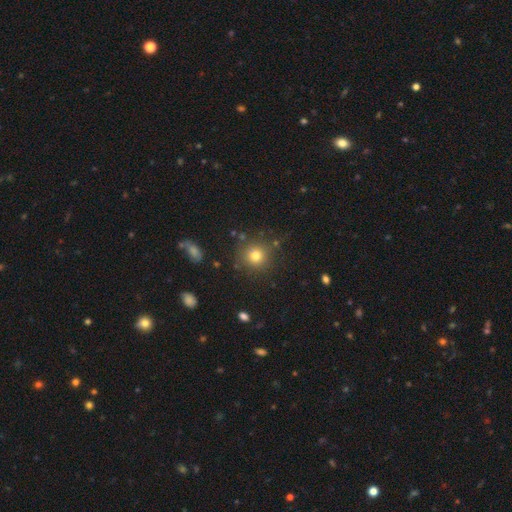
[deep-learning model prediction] smooth 77%, star or artifact 15%, featured or disk 8%. Down the decision tree: how rounded — round (92%); merging — none (84%).